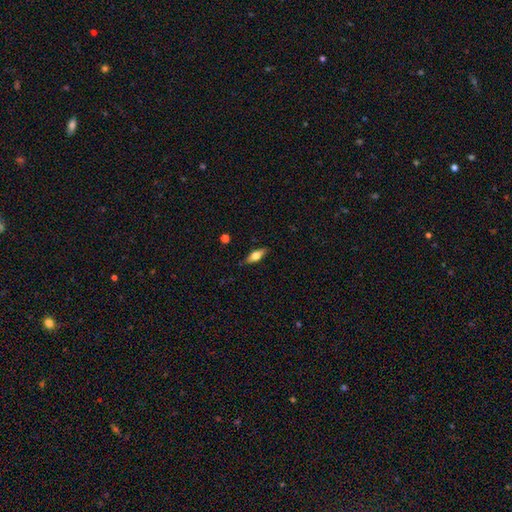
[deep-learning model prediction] This appears to be a smooth galaxy with no disk features (56%) that is in between round and cigar-shaped (65%). Merging: none (85%).